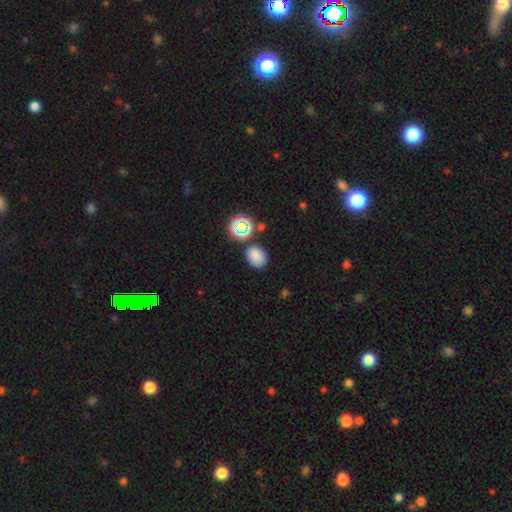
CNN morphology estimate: A smooth galaxy with no disk features (77%) that is in between round and cigar-shaped (63%).

Vote fractions:
- Smooth or featured? smooth: 77% / star or artifact: 17% / featured or disk: 6%
- How rounded? in between: 63% / round: 36% / cigar-shaped: 1%
- Merging? none: 77% / minor disturbance: 13% / merger: 7% / major disturbance: 3%